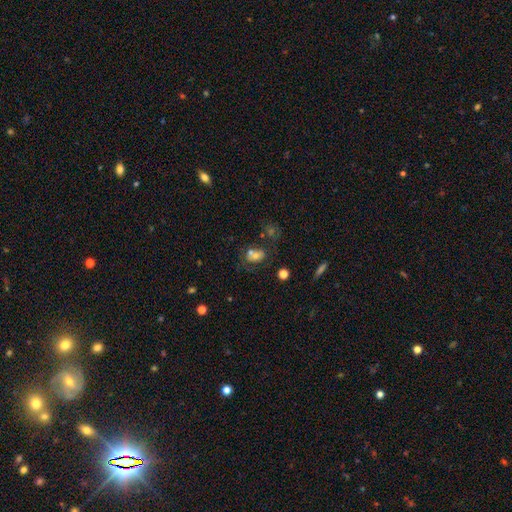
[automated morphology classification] Smooth or featured? Predicted: smooth (p=0.59). How rounded? Predicted: in between (p=0.62). Merging? Predicted: none (p=0.37).